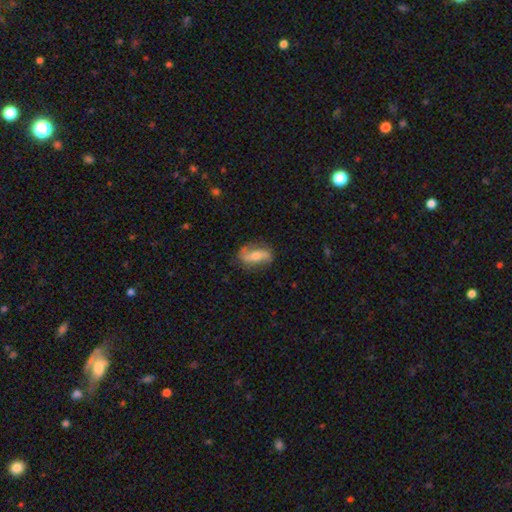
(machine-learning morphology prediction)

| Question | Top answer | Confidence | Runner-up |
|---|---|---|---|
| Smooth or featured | featured or disk | 61% | smooth (32%) |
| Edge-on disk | no | 82% | yes (18%) |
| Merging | none | 77% | minor disturbance (17%) |